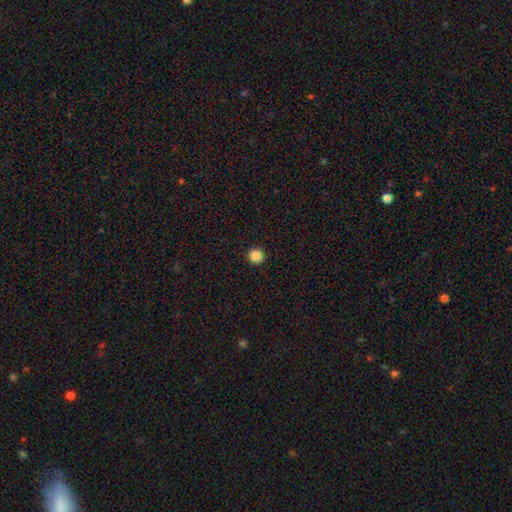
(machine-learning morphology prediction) type=smooth (86%); roundness=round (96%); merging=none (94%).